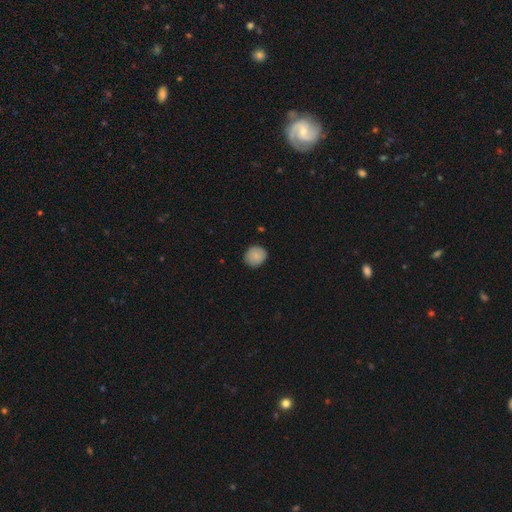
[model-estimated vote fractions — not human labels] smooth-or-featured: smooth: 83% | featured or disk: 9% | star or artifact: 7%
  how-rounded: round: 83% | in between: 16% | cigar-shaped: 1%
  merging: none: 85% | minor disturbance: 12% | major disturbance: 2% | merger: 1%